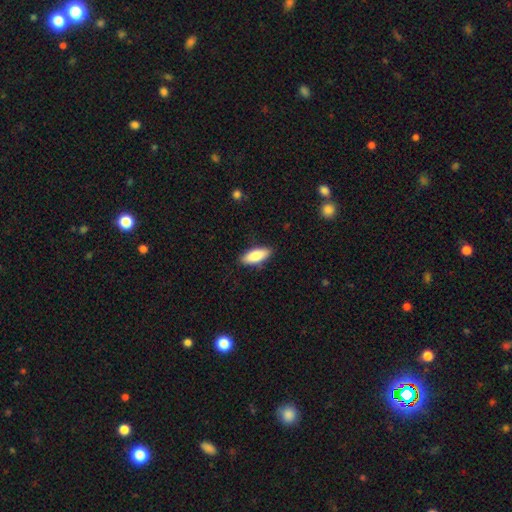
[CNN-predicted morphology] The model was most divided on "how rounded": in between: 77%, cigar-shaped: 21%, round: 2%. More confident: merging — none (87%); smooth or featured — smooth (85%).